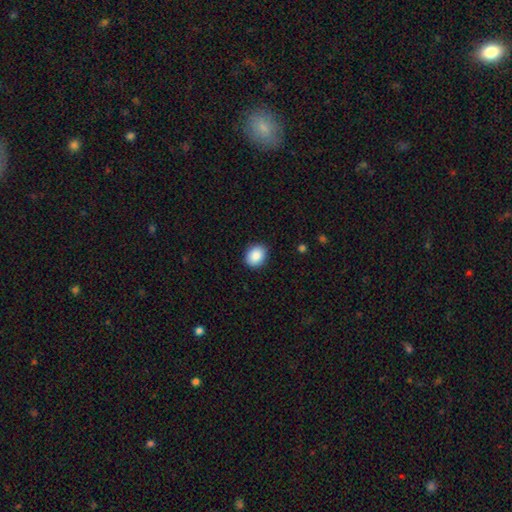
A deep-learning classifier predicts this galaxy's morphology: The model was most divided on "how rounded": in between: 54%, round: 45%, cigar-shaped: 1%. More confident: merging — none (89%); smooth or featured — smooth (89%).